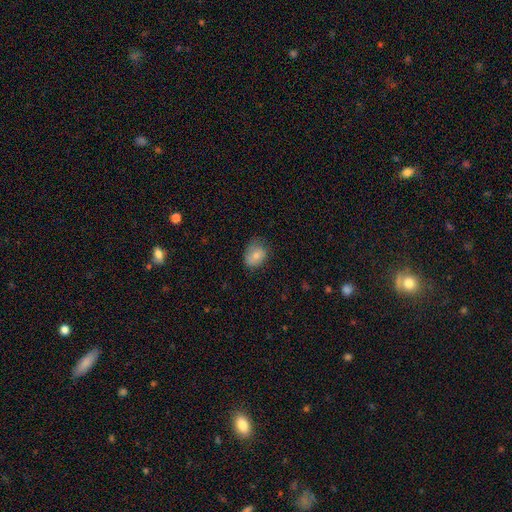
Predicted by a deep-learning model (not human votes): A smooth galaxy with no disk features (79%) that is in between round and cigar-shaped (61%).

Vote fractions:
- Smooth or featured? smooth: 79% / featured or disk: 12% / star or artifact: 8%
- How rounded? in between: 61% / round: 38% / cigar-shaped: 1%
- Merging? none: 63% / minor disturbance: 28% / major disturbance: 8% / merger: 1%